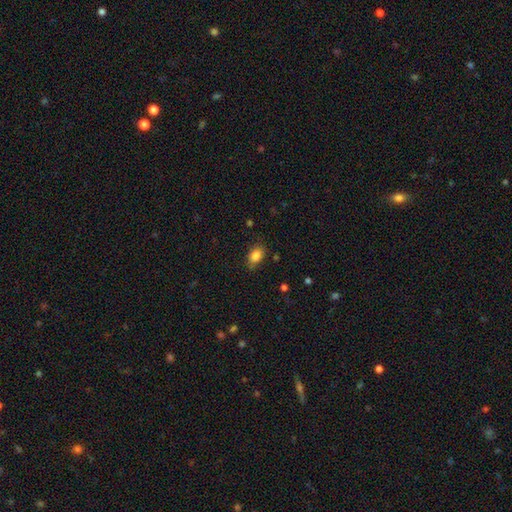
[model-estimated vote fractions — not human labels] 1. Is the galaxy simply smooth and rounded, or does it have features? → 85% smooth, 9% star or artifact, 6% featured or disk.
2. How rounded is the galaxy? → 80% in between, 18% round, 2% cigar-shaped.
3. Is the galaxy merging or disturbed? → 77% none, 18% minor disturbance, 4% major disturbance, 1% merger.